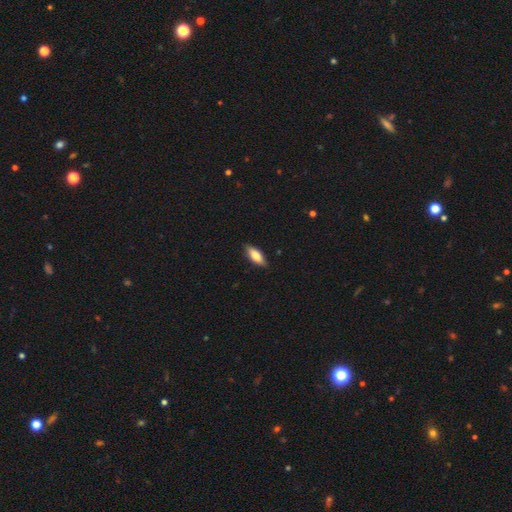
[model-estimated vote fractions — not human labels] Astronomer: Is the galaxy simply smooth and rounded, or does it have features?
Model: smooth — 72%.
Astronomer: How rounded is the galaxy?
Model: in between — 70%.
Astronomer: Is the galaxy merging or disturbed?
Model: none — 85%.